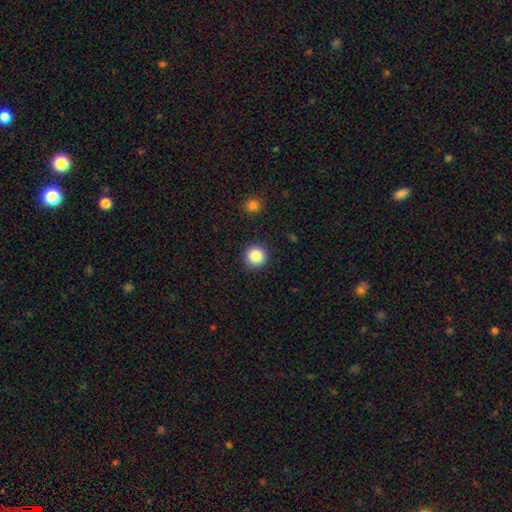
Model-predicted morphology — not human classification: This is clearly a smooth galaxy (87%). How rounded: clearly round (95%). Merging: clearly none (90%).